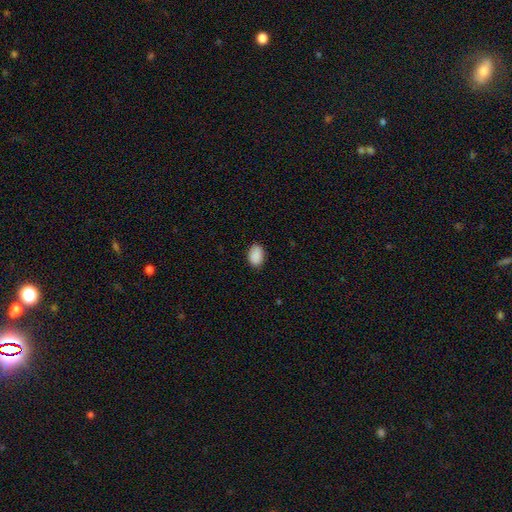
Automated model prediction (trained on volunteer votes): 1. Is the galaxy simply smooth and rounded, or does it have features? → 90% smooth, 7% star or artifact, 3% featured or disk.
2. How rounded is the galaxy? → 86% in between, 13% round, 1% cigar-shaped.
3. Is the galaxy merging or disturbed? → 85% none, 12% minor disturbance, 2% major disturbance, 1% merger.